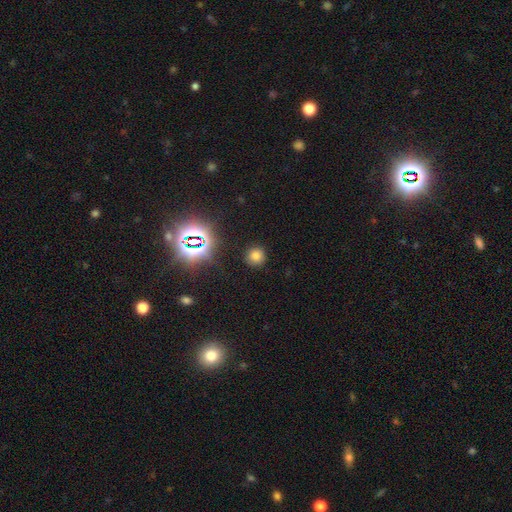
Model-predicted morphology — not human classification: Smooth or featured? Predicted: smooth (p=0.71). How rounded? Predicted: round (p=0.92). Merging? Predicted: none (p=0.88).